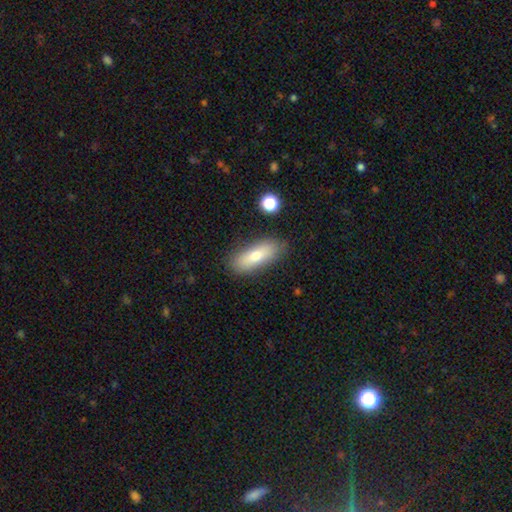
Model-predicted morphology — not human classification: smooth_or_featured: smooth (p=0.73) [alt: featured or disk p=0.20]
how_rounded: in between (p=0.64) [alt: cigar-shaped p=0.34]
merging: none (p=0.83) [alt: minor disturbance p=0.12]